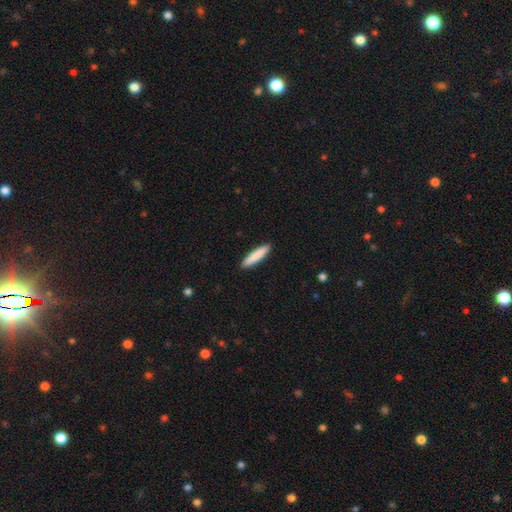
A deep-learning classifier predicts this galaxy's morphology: A smooth galaxy with no disk features (85%) that is cigar-shaped (86%).

Vote fractions:
- Smooth or featured? smooth: 85% / featured or disk: 9% / star or artifact: 5%
- How rounded? cigar-shaped: 86% / in between: 13% / round: 1%
- Merging? none: 91% / minor disturbance: 6% / major disturbance: 1% / merger: 1%